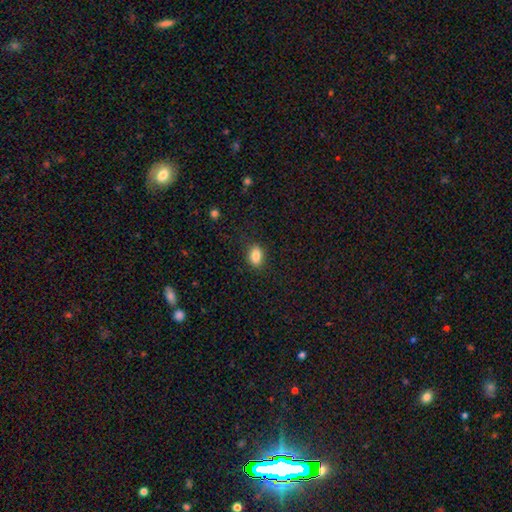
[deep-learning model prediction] smooth 85%, star or artifact 9%, featured or disk 6%. Down the decision tree: how rounded — in between (83%); merging — none (84%).